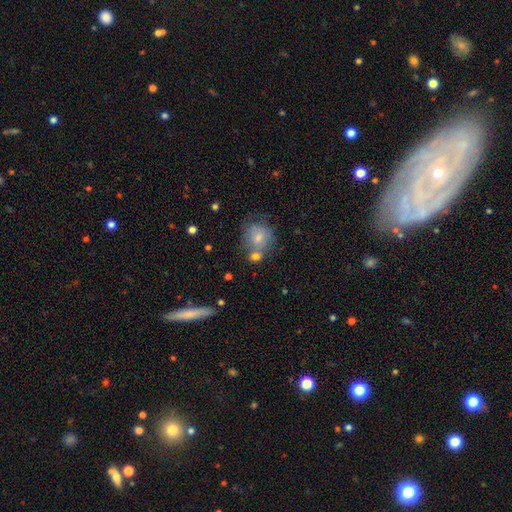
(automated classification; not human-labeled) smooth-or-featured: smooth: 71% | featured or disk: 19% | star or artifact: 10%
  how-rounded: round: 72% | in between: 26% | cigar-shaped: 2%
  merging: none: 47% | merger: 29% | minor disturbance: 17% | major disturbance: 8%